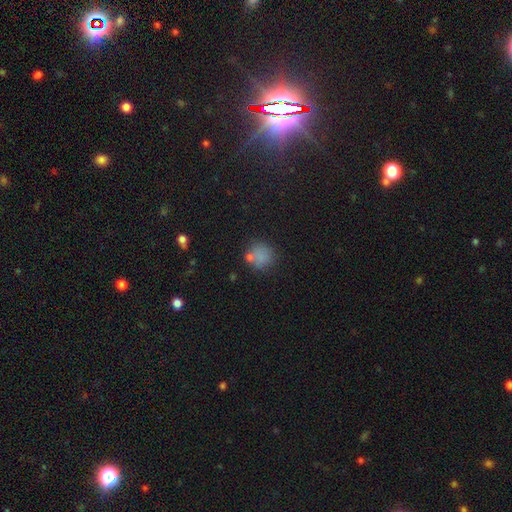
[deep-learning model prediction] smooth_or_featured: smooth (p=0.73) [alt: star or artifact p=0.18]
how_rounded: round (p=0.86) [alt: in between p=0.13]
merging: none (p=0.70) [alt: minor disturbance p=0.14]